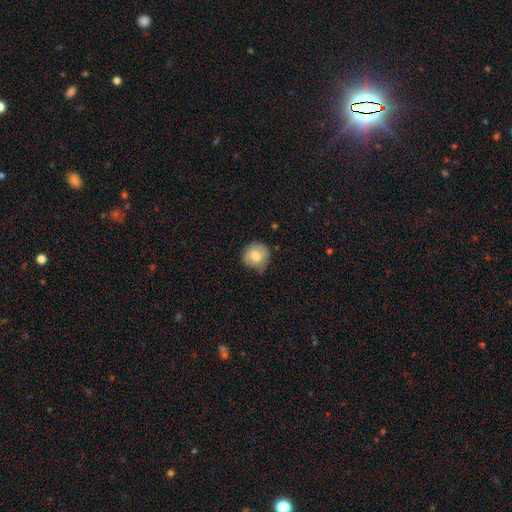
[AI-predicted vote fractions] Smooth or featured? Predicted: smooth (p=0.70). How rounded? Predicted: round (p=0.89). Merging? Predicted: none (p=0.63).